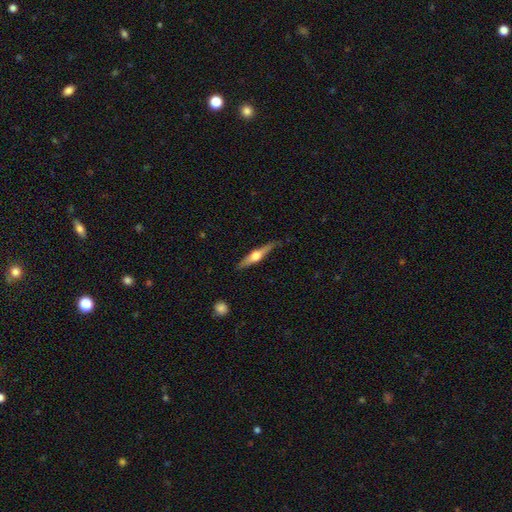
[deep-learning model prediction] This is likely a featured or disk galaxy (66%). It is clearly viewed edge-on (97%). Edge-on bulge: clearly rounded (94%). Merging: clearly none (82%).